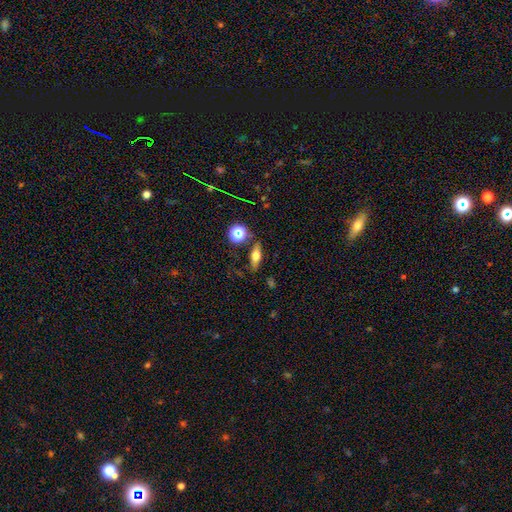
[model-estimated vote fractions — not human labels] smooth-or-featured: smooth: 56% | featured or disk: 30% | star or artifact: 14%
  how-rounded: in between: 57% | cigar-shaped: 32% | round: 10%
  merging: none: 79% | minor disturbance: 12% | merger: 5% | major disturbance: 4%